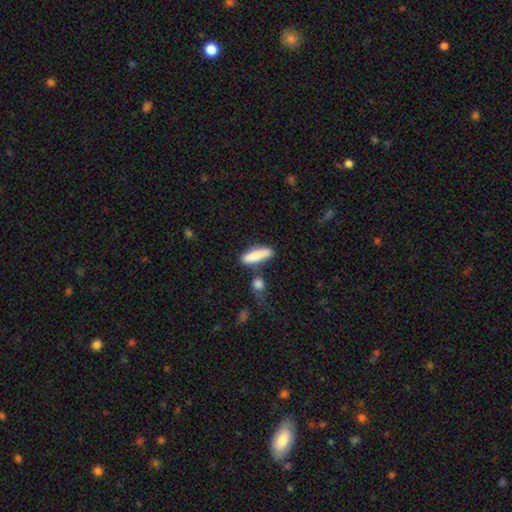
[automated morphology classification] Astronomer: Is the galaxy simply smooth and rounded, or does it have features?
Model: smooth — 83%.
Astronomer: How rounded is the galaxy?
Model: cigar-shaped — 59% (runner-up: in between, 38%).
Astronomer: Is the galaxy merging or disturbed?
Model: none — 67%.